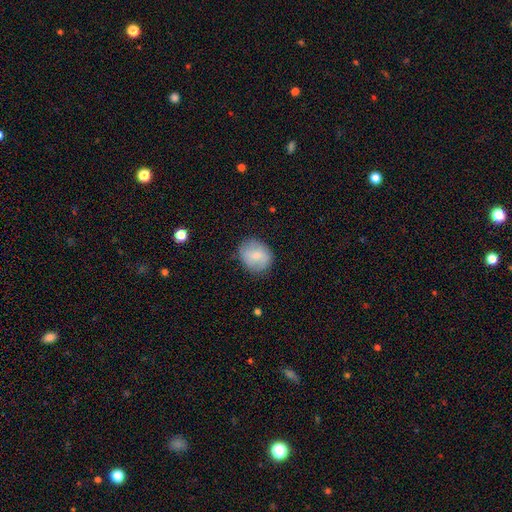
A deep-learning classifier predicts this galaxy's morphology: A smooth galaxy with no disk features (72%) that is round (65%). Merging: none (78%).